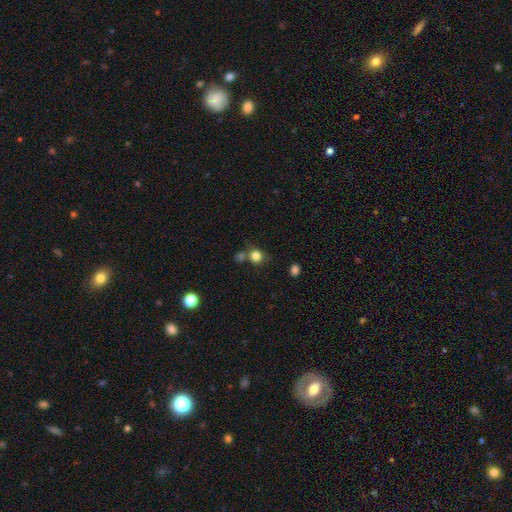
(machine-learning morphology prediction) This is clearly a smooth galaxy (81%). How rounded: clearly round (84%). Merging: possibly none (60%).